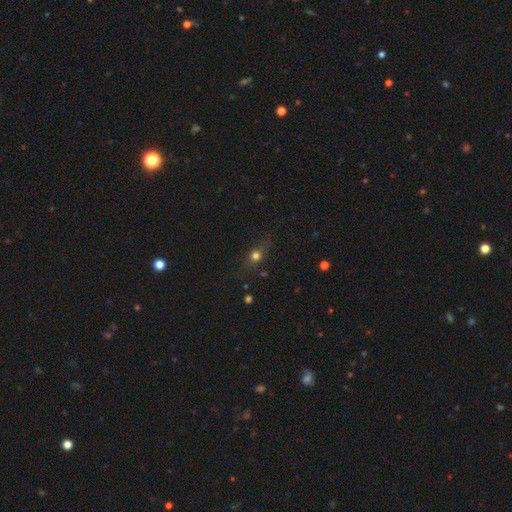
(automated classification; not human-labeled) This is likely a smooth galaxy (61%). How rounded: marginally round (44%). Merging: likely none (76%).